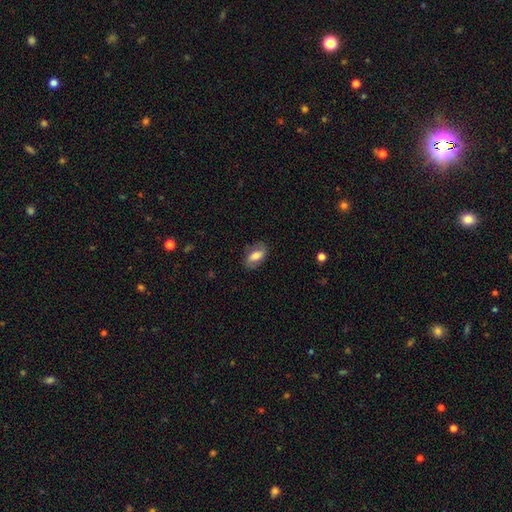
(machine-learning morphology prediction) smooth_or_featured: smooth (p=0.62) [alt: featured or disk p=0.30]
how_rounded: in between (p=0.89) [alt: round p=0.06]
merging: none (p=0.77) [alt: minor disturbance p=0.16]